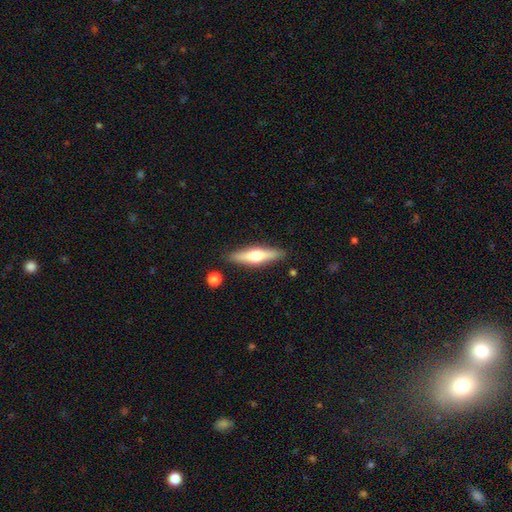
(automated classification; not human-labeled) smooth-or-featured: featured or disk: 52% | smooth: 43% | star or artifact: 6%
  disk-edge-on: yes: 93% | no: 7%
  merging: none: 86% | minor disturbance: 9% | merger: 2% | major disturbance: 2%